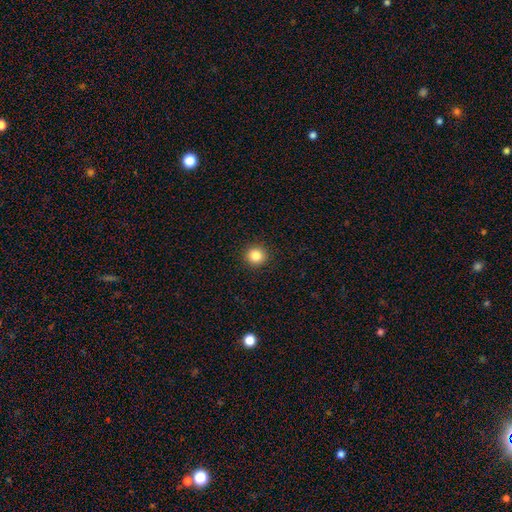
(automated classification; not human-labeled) Smooth or featured: smooth — 84% (star or artifact — 11%)
How rounded: round — 93% (in between — 6%)
Merging: none — 93% (minor disturbance — 5%)